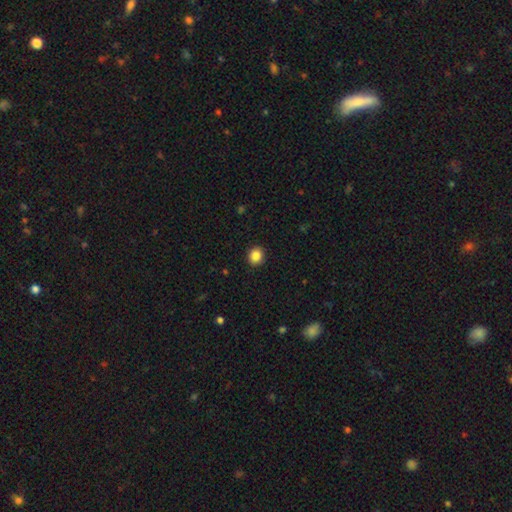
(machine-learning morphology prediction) Overall: smooth (87%). How rounded: round (82%). Merging: none (92%).